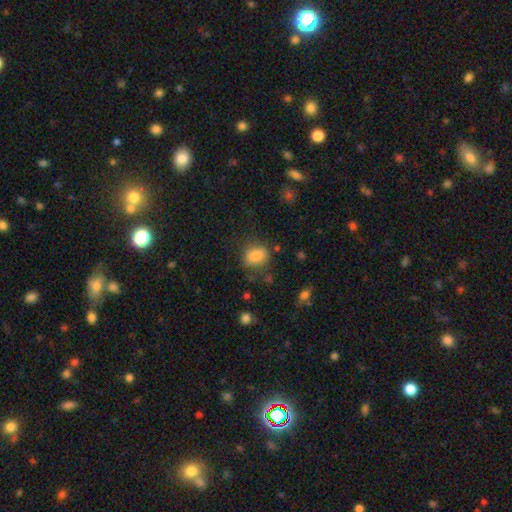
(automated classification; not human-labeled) This is clearly a smooth galaxy (85%). How rounded: likely in between (62%). Merging: likely none (72%).